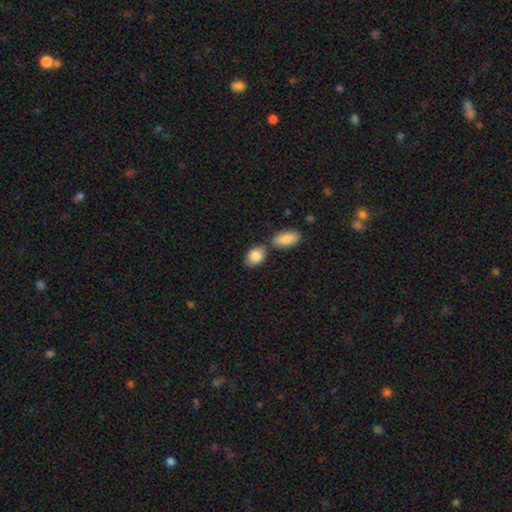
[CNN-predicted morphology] smooth_or_featured: smooth (p=0.86) [alt: featured or disk p=0.08]
how_rounded: in between (p=0.85) [alt: round p=0.13]
merging: none (p=0.61) [alt: merger p=0.22]